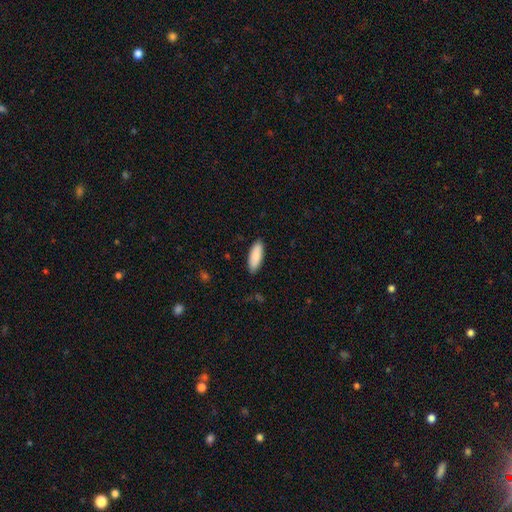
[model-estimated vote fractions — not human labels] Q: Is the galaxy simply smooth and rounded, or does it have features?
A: smooth — 89%.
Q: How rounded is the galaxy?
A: in between — 71%.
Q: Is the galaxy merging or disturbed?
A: none — 89%.